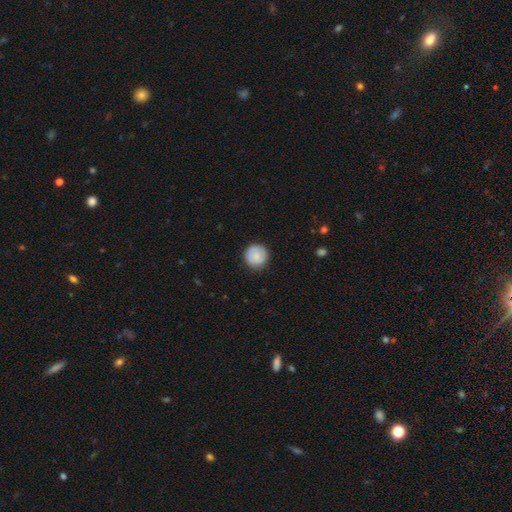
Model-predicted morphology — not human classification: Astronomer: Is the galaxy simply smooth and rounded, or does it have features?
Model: smooth — 79%.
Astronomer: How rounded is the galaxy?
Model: round — 94%.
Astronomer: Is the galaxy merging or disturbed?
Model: none — 87%.